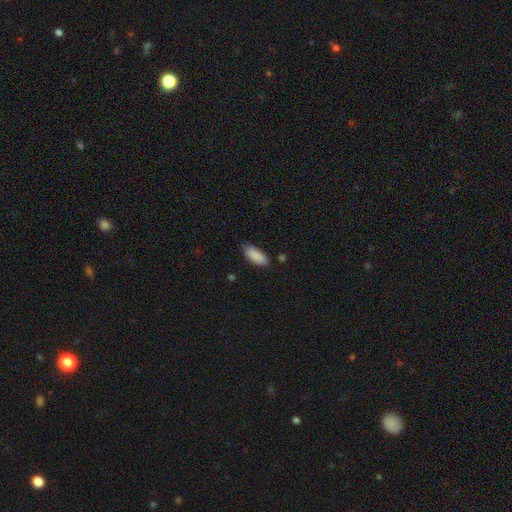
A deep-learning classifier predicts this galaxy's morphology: type=smooth (89%); roundness=in between (81%); merging=none (77%).